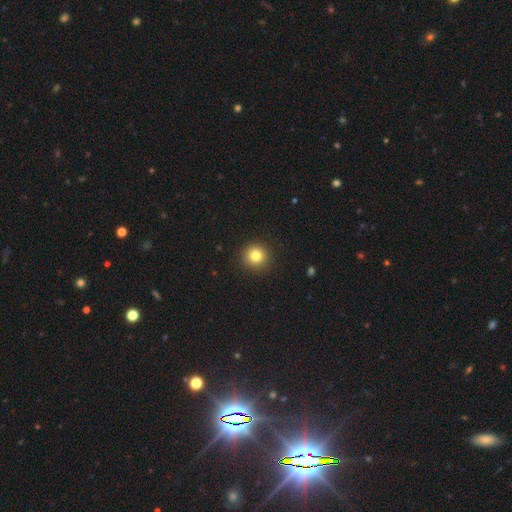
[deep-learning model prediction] smooth-or-featured: smooth: 81% | star or artifact: 12% | featured or disk: 7%
  how-rounded: round: 94% | in between: 5% | cigar-shaped: 1%
  merging: none: 92% | minor disturbance: 5% | major disturbance: 2% | merger: 1%